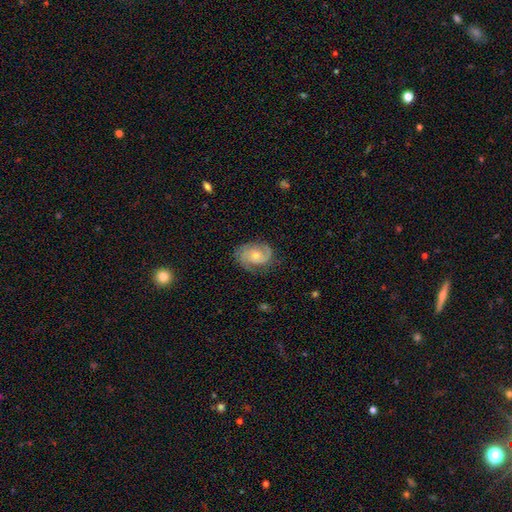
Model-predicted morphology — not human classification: featured or disk 74%, smooth 19%, star or artifact 6%. Down the decision tree: edge-on disk — no (97%); bar — no (71%); spiral arms — yes (94%); spiral arm count — 2 (61%); spiral winding — medium (43%); bulge size — small (52%); merging — none (73%).